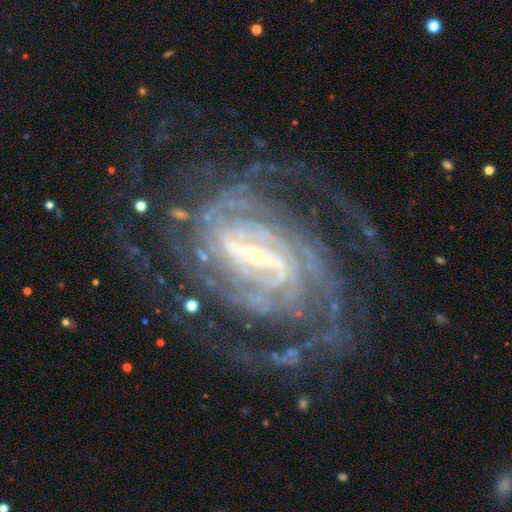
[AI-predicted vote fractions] A featured or disk galaxy (92%) with a strong bar (61%), 2 (23%) tight (62%) spiral arms (98%) and a small central bulge (74%).

Vote fractions:
- Smooth or featured? featured or disk: 92% / star or artifact: 5% / smooth: 3%
- Edge-on disk? no: 97% / yes: 3%
- Bar? strong: 61% / weak: 30% / no: 9%
- Spiral arms? yes: 98% / no: 2%
- Spiral winding? tight: 62% / medium: 31% / loose: 7%
- Spiral arm count? 2: 23% / 4: 20% / can't tell: 18% / 3: 16% / more than 4: 13% / 1: 9%
- Bulge size? small: 74% / moderate: 18% / none: 4% / large: 3% / dominant: 1%
- Merging? none: 71% / minor disturbance: 14% / major disturbance: 13% / merger: 2%